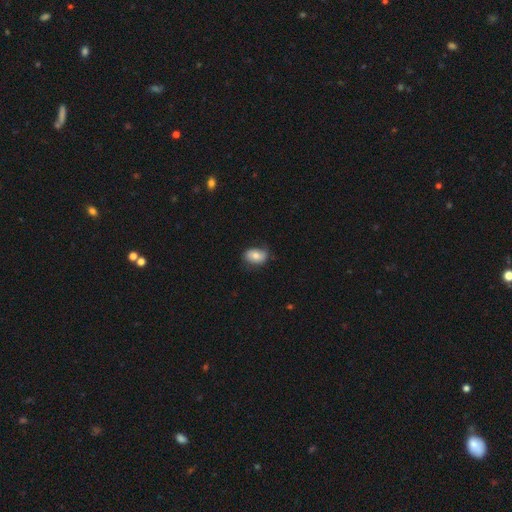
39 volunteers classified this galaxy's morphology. This appears to be a smooth galaxy with no disk features (62%) that is in between round and cigar-shaped (83%). Merging: none (78%).